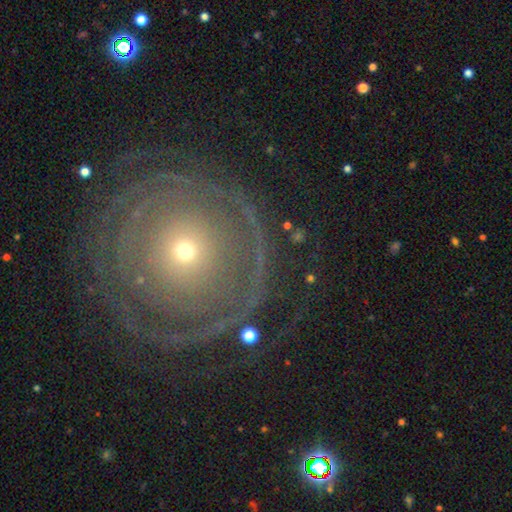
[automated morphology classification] type=featured or disk (71%); edge-on=no (96%); bar=no (88%); spiral arms=yes (72%); bulge=small (71%); merging=none (79%).